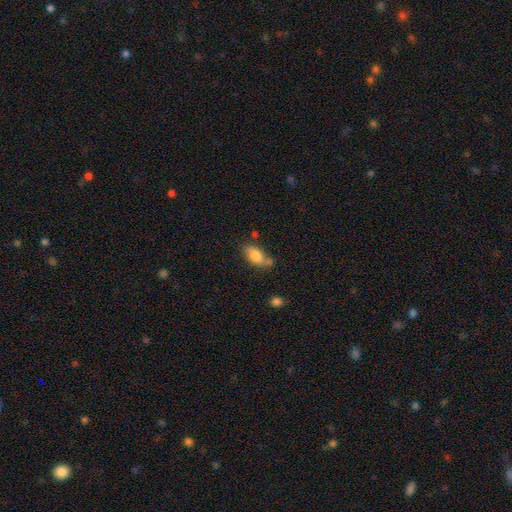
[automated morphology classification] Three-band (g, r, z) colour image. It shows a smooth galaxy with no disk features (83%) that is in between round and cigar-shaped (88%). Merging: none (56%).